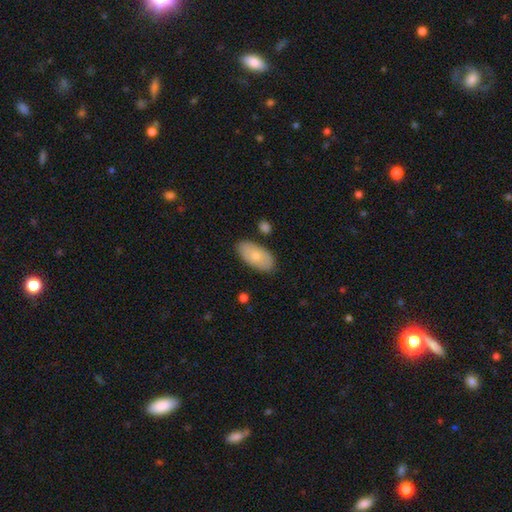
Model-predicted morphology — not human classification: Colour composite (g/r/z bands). It shows a smooth galaxy with no disk features (74%) that is in between round and cigar-shaped (94%). Merging: none (82%).